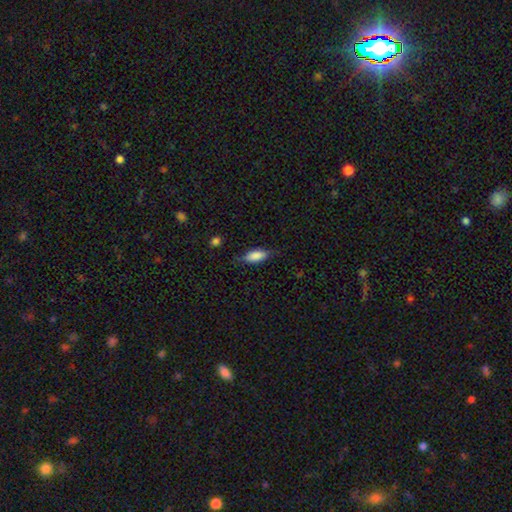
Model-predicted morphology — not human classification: smooth 82%, featured or disk 11%, star or artifact 7%. Down the decision tree: how rounded — in between (77%); merging — none (74%).